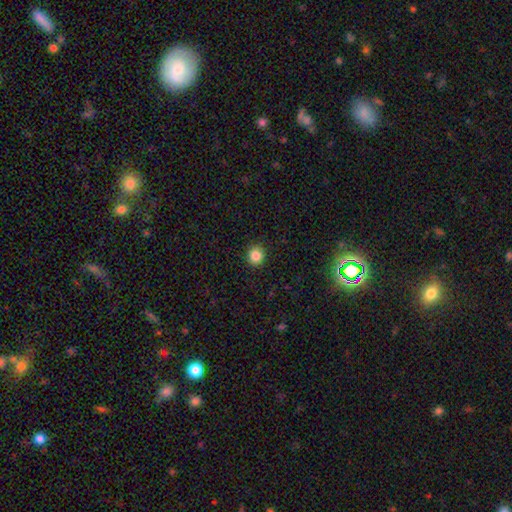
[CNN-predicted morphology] smooth 85%, star or artifact 11%, featured or disk 4%. Down the decision tree: how rounded — round (91%); merging — none (91%).